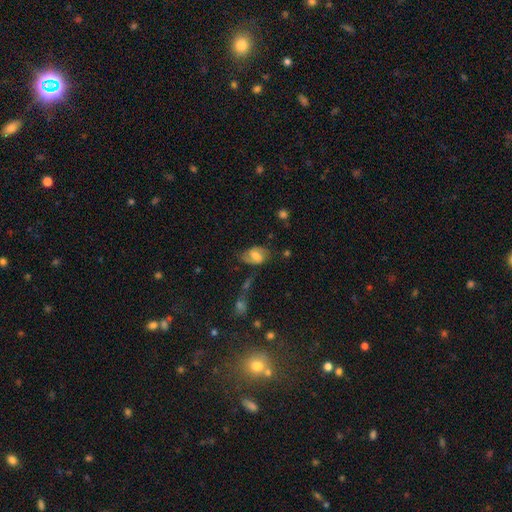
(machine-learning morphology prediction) Smooth or featured?
  - featured or disk: 51% *
  - smooth: 41%
  - star or artifact: 8%
Edge-on disk?
  - no: 96% *
  - yes: 4%
Merging?
  - none: 62% *
  - minor disturbance: 23%
  - major disturbance: 11%
  - merger: 5%